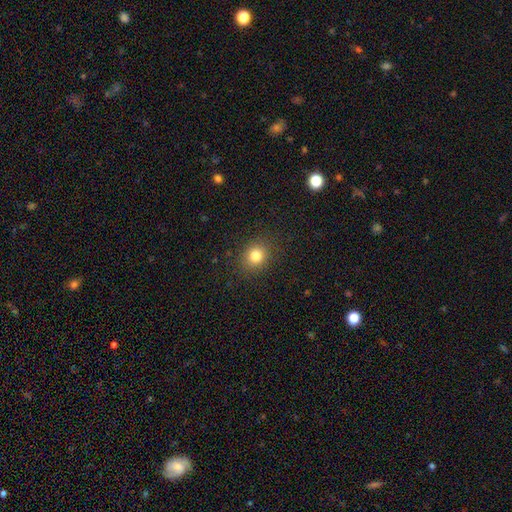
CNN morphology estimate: smooth_or_featured: smooth (p=0.81) [alt: star or artifact p=0.12]
how_rounded: round (p=0.71) [alt: in between p=0.28]
merging: none (p=0.88) [alt: minor disturbance p=0.08]